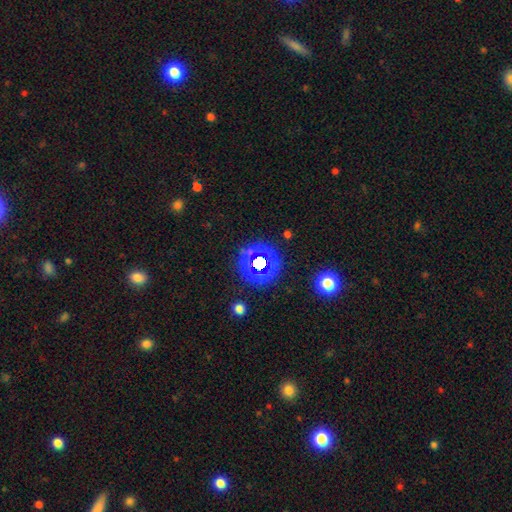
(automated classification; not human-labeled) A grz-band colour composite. It shows a star or artifact, not a galaxy (54%).